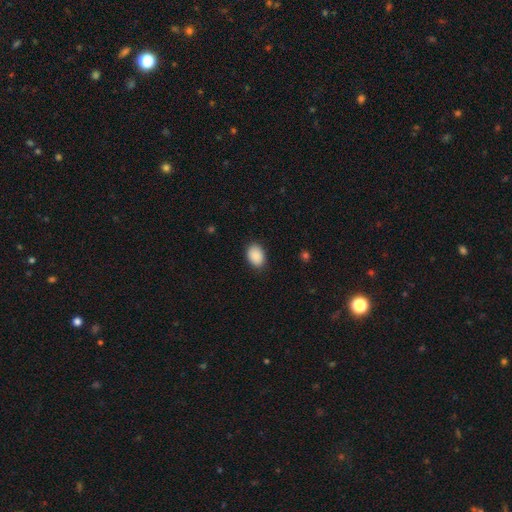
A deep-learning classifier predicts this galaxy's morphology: type=smooth (90%); roundness=in between (80%); merging=none (86%).